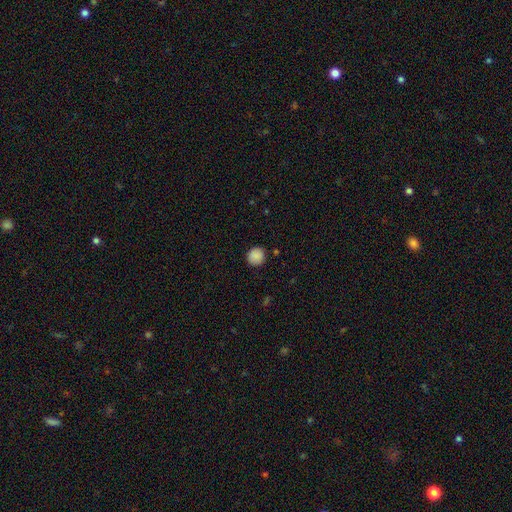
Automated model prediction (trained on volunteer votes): Smooth or featured: smooth — 88% (star or artifact — 9%)
How rounded: round — 93% (in between — 6%)
Merging: none — 89% (minor disturbance — 8%)